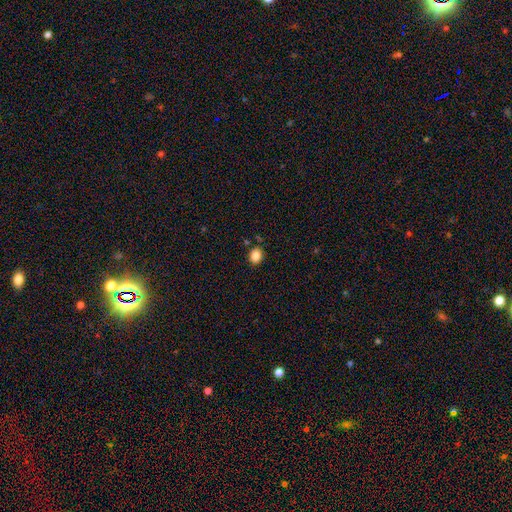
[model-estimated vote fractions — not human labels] Morphology: type=smooth (85%); roundness=round (53%); merging=none (84%).